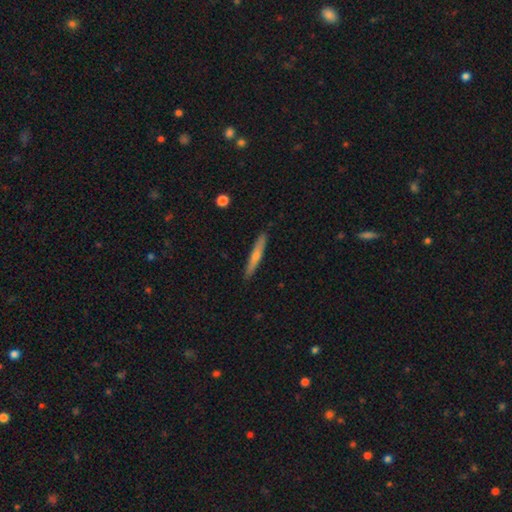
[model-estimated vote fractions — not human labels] smooth 58%, featured or disk 36%, star or artifact 6%. Down the decision tree: how rounded — cigar-shaped (94%); merging — none (89%).